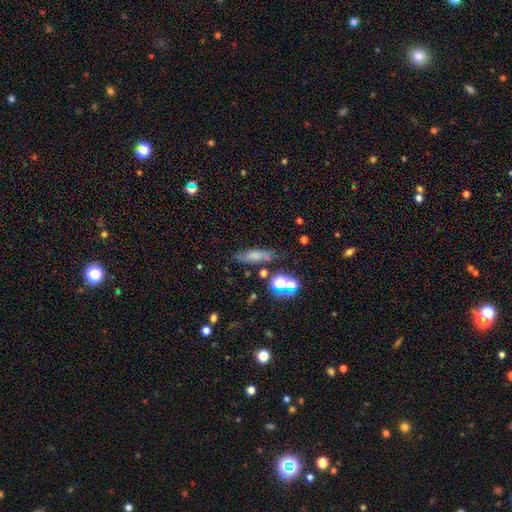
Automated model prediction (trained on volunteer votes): The model was most divided on "how rounded": cigar-shaped: 56%, in between: 36%, round: 8%. More confident: merging — none (68%); smooth or featured — smooth (61%).